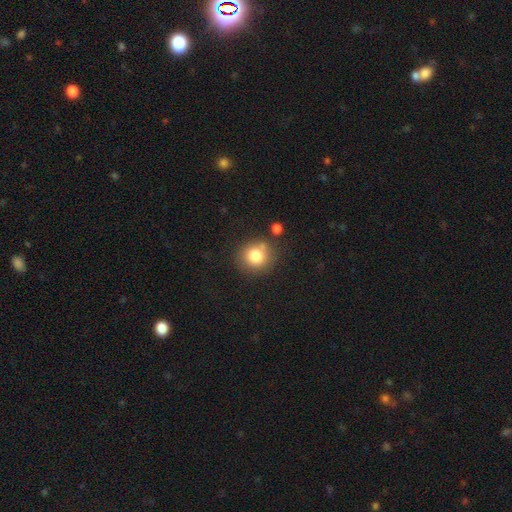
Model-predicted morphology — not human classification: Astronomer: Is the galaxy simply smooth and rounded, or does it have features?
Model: smooth — 81%.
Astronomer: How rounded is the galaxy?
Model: round — 85%.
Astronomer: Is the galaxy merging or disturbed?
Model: none — 72%.